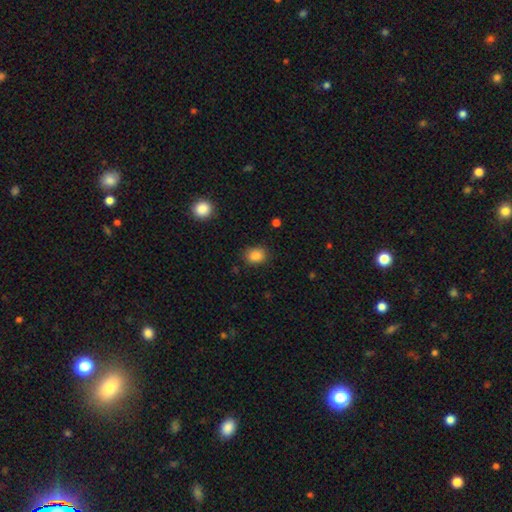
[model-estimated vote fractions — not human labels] smooth 86%, star or artifact 10%, featured or disk 5%. Down the decision tree: how rounded — round (50%); merging — none (84%).